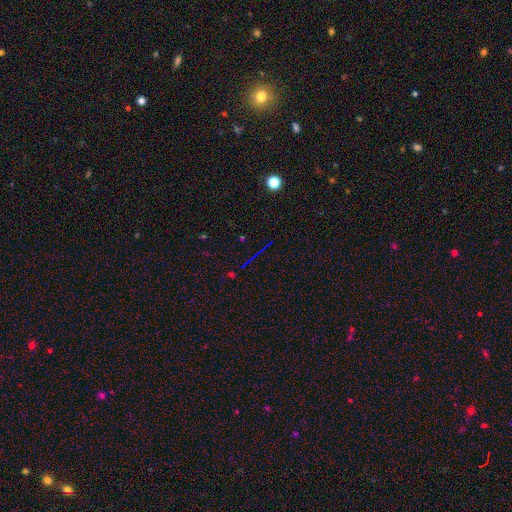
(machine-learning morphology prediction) type=star or artifact (74%).